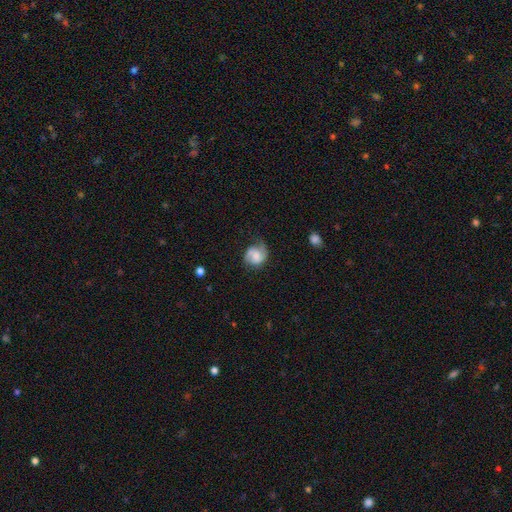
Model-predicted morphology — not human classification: type=featured or disk (60%); edge-on=no (98%); bar=no (48%); spiral arms=yes (91%); winding=medium (45%); arm count=2 (73%); bulge=moderate (36%); merging=none (58%).